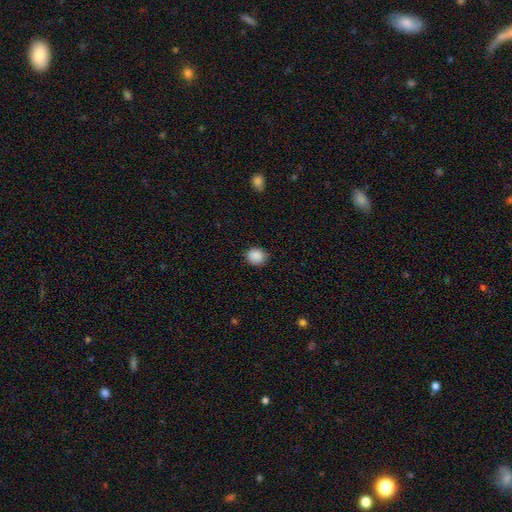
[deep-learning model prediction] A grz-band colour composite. It shows a smooth galaxy with no disk features (89%) that is round (78%). Merging: none (84%).